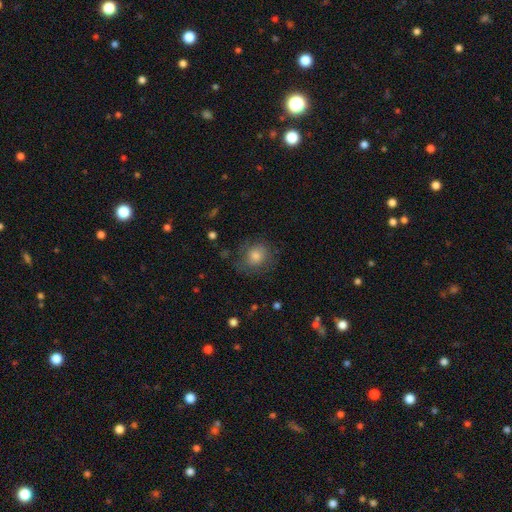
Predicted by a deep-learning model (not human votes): Q: Smooth or featured?
A: smooth (71%); runner-up: featured or disk (16%)
Q: How rounded?
A: round (79%); runner-up: in between (20%)
Q: Merging?
A: none (71%); runner-up: minor disturbance (18%)